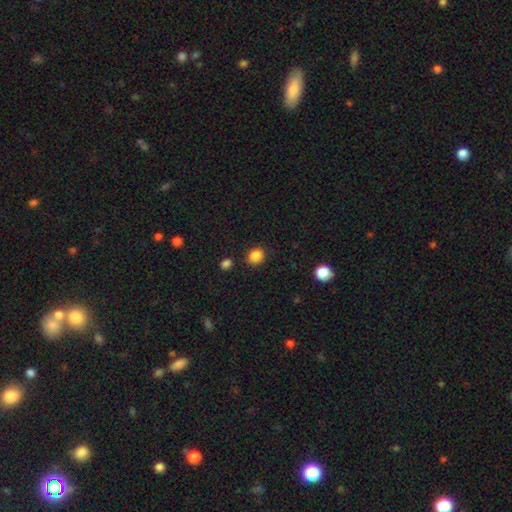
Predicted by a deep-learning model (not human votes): Smooth or featured?
  - smooth: 87% *
  - star or artifact: 10%
  - featured or disk: 3%
How rounded?
  - round: 73% *
  - in between: 26%
  - cigar-shaped: 1%
Merging?
  - none: 86% *
  - minor disturbance: 8%
  - merger: 3%
  - major disturbance: 3%